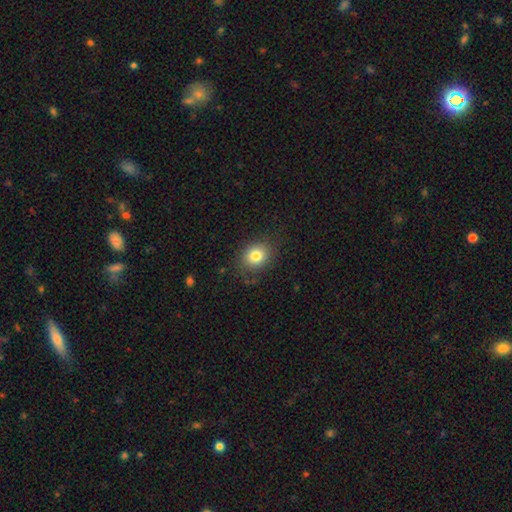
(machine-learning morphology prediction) Smooth or featured? smooth (81%)
How rounded? round (63%)
Merging? none (82%)